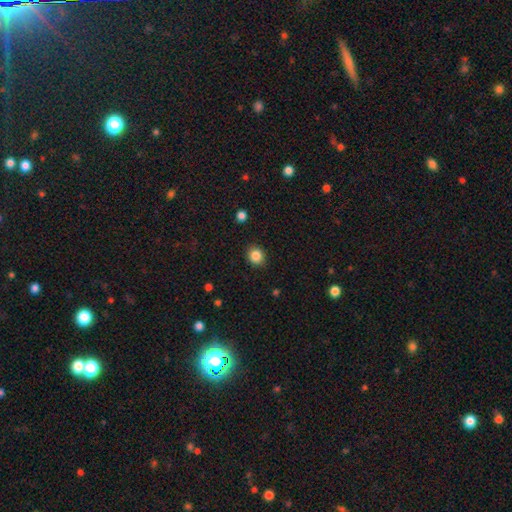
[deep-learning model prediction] Q: Smooth or featured?
A: smooth (85%); runner-up: star or artifact (10%)
Q: How rounded?
A: round (77%); runner-up: in between (22%)
Q: Merging?
A: none (89%); runner-up: minor disturbance (7%)